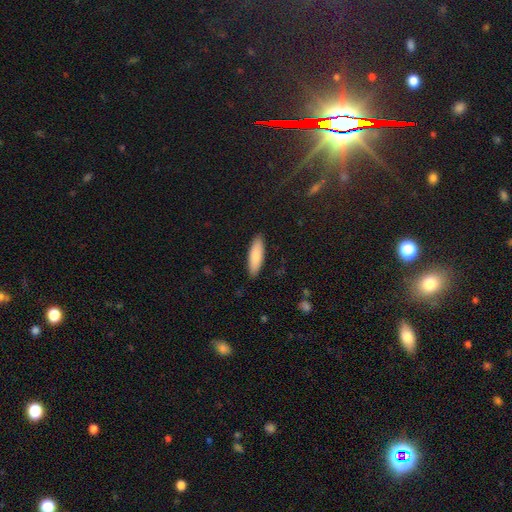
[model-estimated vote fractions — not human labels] Smooth or featured?
  - smooth: 85% *
  - featured or disk: 9%
  - star or artifact: 6%
How rounded?
  - cigar-shaped: 50% *
  - in between: 49%
  - round: 1%
Merging?
  - none: 88% *
  - minor disturbance: 9%
  - major disturbance: 2%
  - merger: 1%